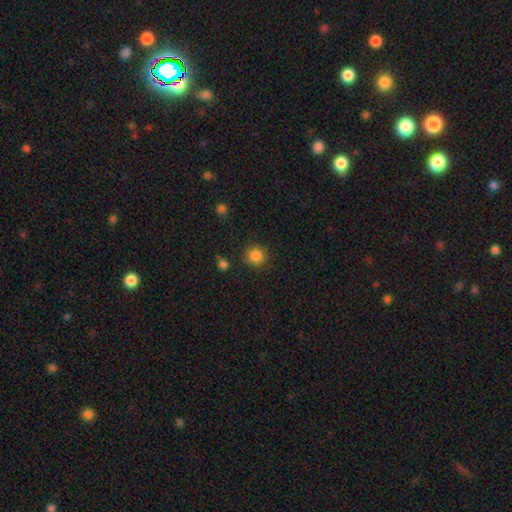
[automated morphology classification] Overall: smooth (85%). How rounded: round (92%). Merging: none (88%).